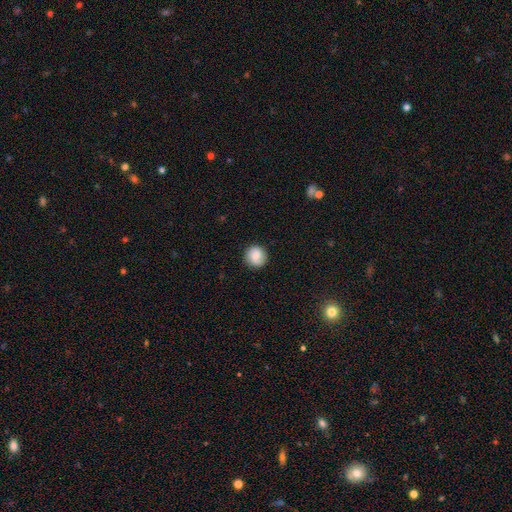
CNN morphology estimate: smooth-or-featured: smooth: 79% | featured or disk: 13% | star or artifact: 8%
  how-rounded: round: 92% | in between: 7% | cigar-shaped: 1%
  merging: none: 87% | minor disturbance: 9% | major disturbance: 2% | merger: 1%